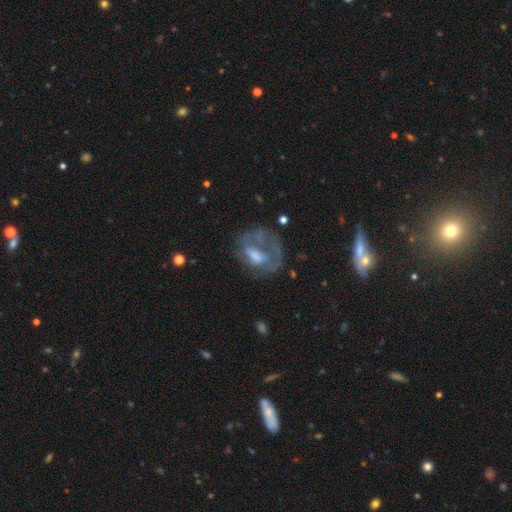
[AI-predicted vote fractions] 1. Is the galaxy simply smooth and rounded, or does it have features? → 57% featured or disk, 31% smooth, 12% star or artifact.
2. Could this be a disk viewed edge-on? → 95% no, 5% yes.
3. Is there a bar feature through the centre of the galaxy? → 58% no, 31% weak, 11% strong.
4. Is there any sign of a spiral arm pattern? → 64% no, 36% yes.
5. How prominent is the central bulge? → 43% moderate, 20% small, 19% none, 17% large, 2% dominant.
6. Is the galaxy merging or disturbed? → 40% none, 37% major disturbance, 19% minor disturbance, 4% merger.